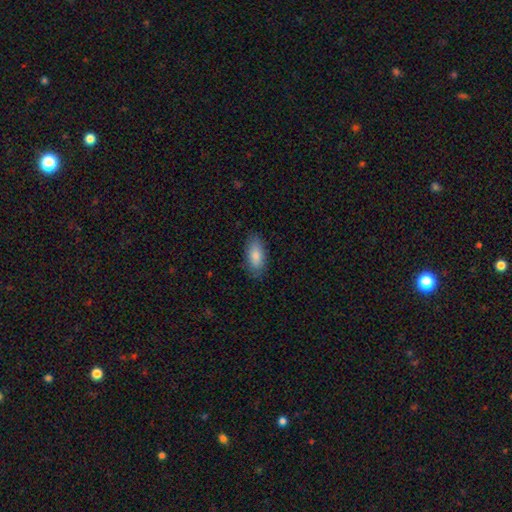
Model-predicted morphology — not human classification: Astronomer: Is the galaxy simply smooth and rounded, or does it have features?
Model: smooth — 85%.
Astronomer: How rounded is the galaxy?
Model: in between — 88%.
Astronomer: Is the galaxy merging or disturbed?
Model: none — 84%.